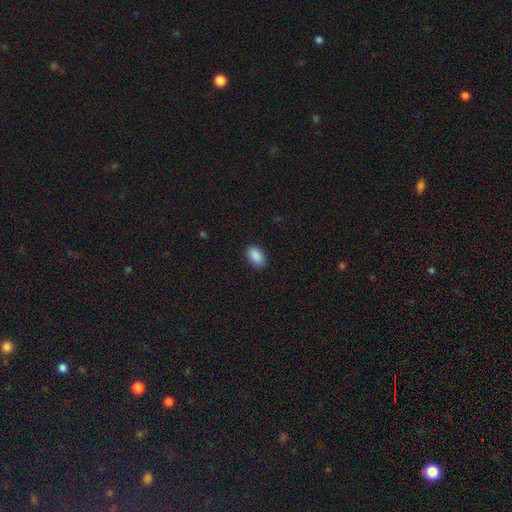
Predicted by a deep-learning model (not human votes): Smooth or featured? Predicted: smooth (p=0.90). How rounded? Predicted: in between (p=0.93). Merging? Predicted: none (p=0.88).